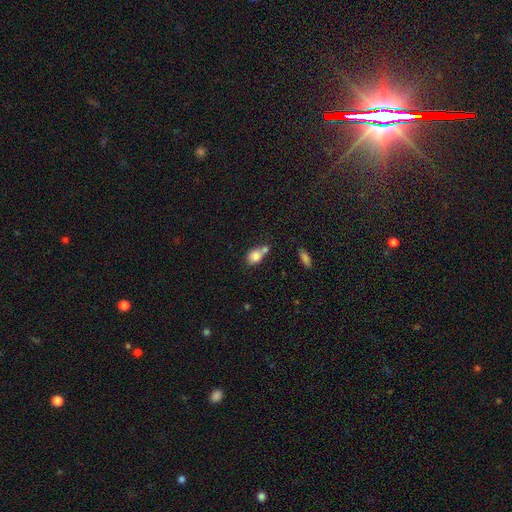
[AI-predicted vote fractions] Smooth or featured? smooth (81%)
How rounded? in between (60%)
Merging? merger (46%)